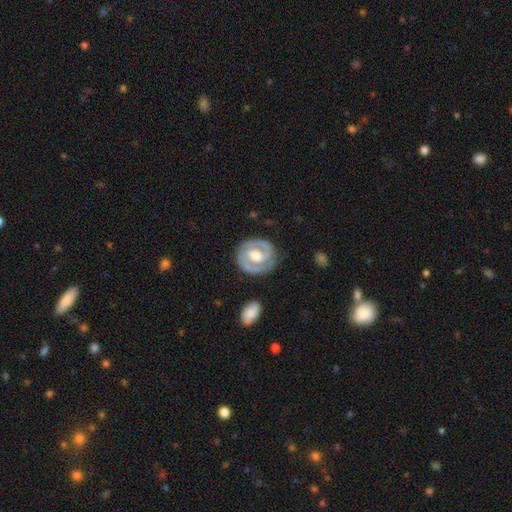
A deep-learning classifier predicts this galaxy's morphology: type=featured or disk (85%); edge-on=no (98%); bar=weak (41%); spiral arms=yes (92%); winding=tight (60%); arm count=2 (86%); bulge=moderate (63%); merging=none (82%).